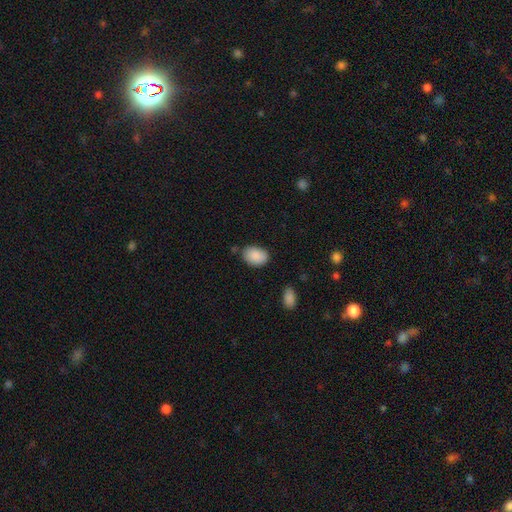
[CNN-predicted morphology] Overall: smooth (89%). How rounded: in between (84%). Merging: none (75%).